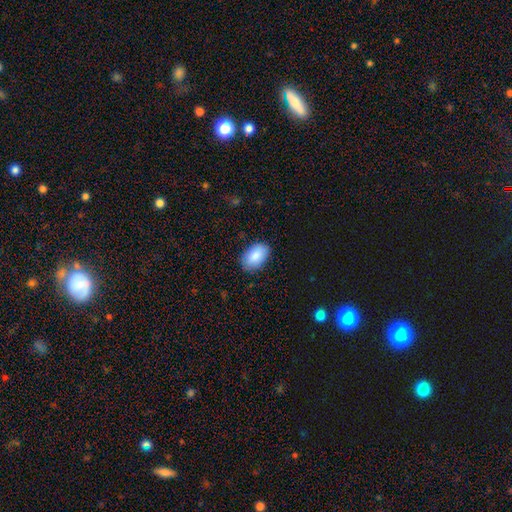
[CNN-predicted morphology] Smooth or featured? Predicted: smooth (p=0.88). How rounded? Predicted: in between (p=0.93). Merging? Predicted: none (p=0.86).